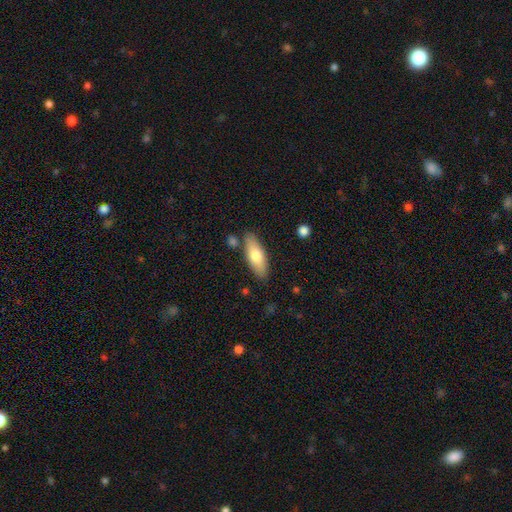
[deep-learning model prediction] Q: Smooth or featured?
A: smooth (71%); runner-up: featured or disk (24%)
Q: How rounded?
A: in between (69%); runner-up: cigar-shaped (29%)
Q: Merging?
A: none (82%); runner-up: minor disturbance (12%)